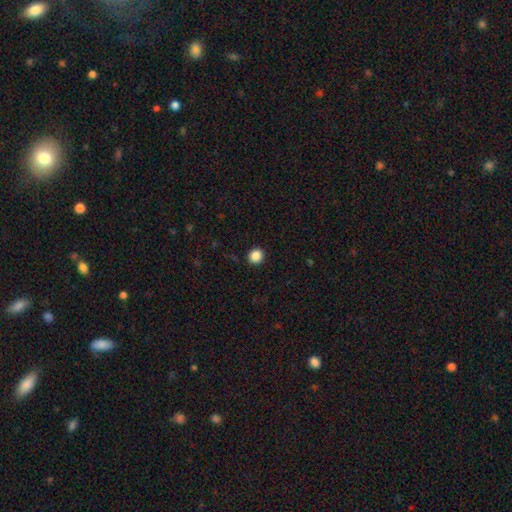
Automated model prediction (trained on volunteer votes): smooth-or-featured: smooth: 87% | star or artifact: 10% | featured or disk: 3%
  how-rounded: round: 90% | in between: 9% | cigar-shaped: 1%
  merging: none: 92% | minor disturbance: 5% | major disturbance: 2% | merger: 1%